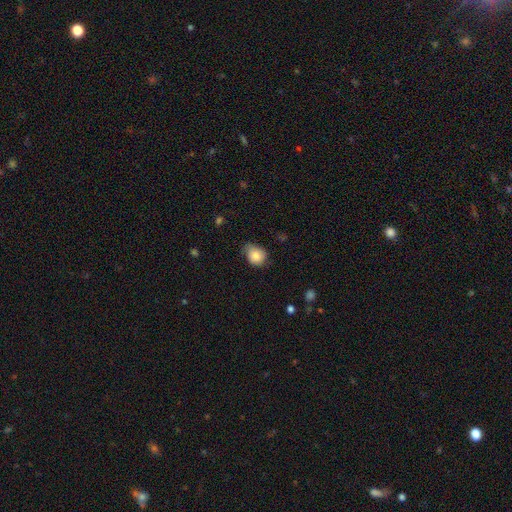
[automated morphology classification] This appears to be a smooth galaxy with no disk features (81%) that is in between round and cigar-shaped (50%). Merging: none (51%).